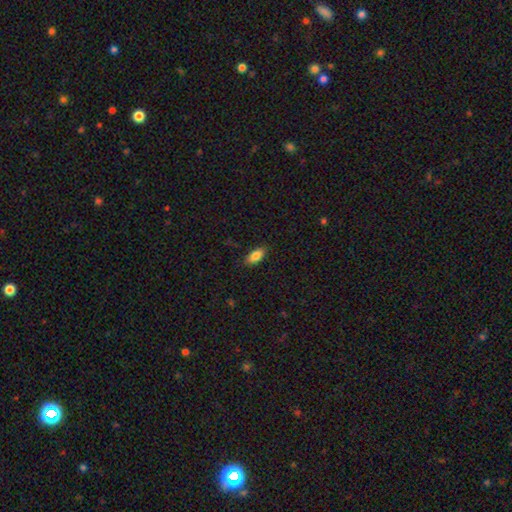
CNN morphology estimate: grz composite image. It shows a smooth galaxy with no disk features (85%) that is in between round and cigar-shaped (88%). Merging: none (85%).